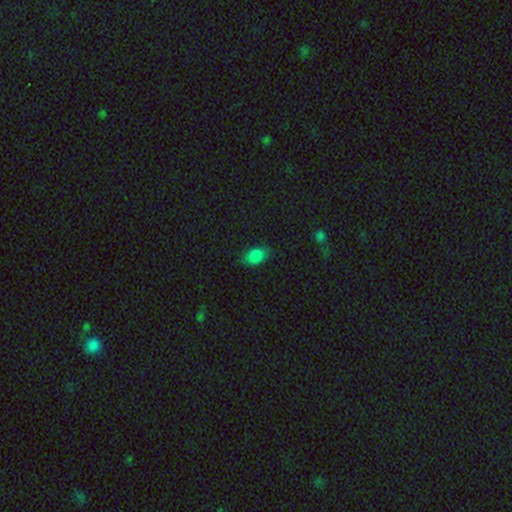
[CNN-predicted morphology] Overall: smooth (83%). How rounded: in between (86%). Merging: none (77%).